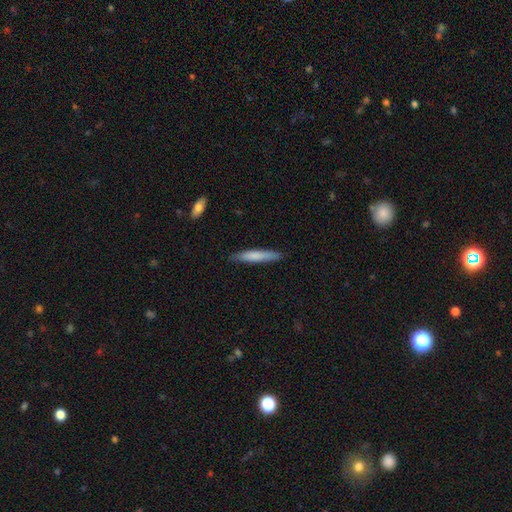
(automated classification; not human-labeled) Smooth or featured? Predicted: smooth (p=0.74). How rounded? Predicted: cigar-shaped (p=0.93). Merging? Predicted: none (p=0.88).